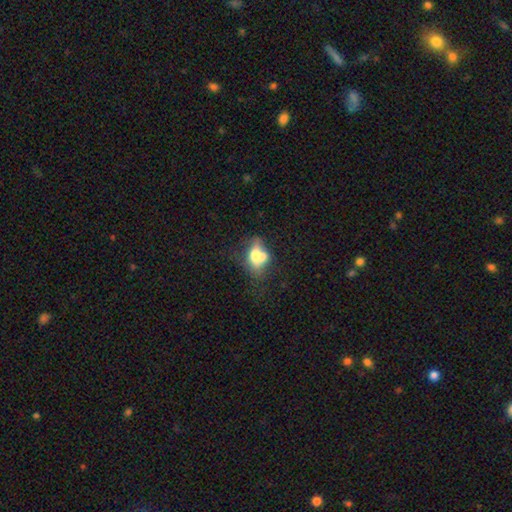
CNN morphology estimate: Smooth or featured?
  - smooth: 61% *
  - featured or disk: 28%
  - star or artifact: 10%
How rounded?
  - in between: 72% *
  - round: 24%
  - cigar-shaped: 4%
Merging?
  - merger: 44% *
  - none: 24%
  - minor disturbance: 16%
  - major disturbance: 15%